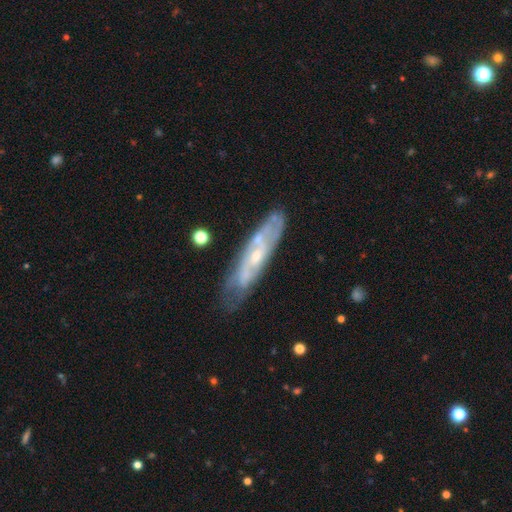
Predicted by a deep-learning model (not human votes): smooth_or_featured: featured or disk (p=0.72) [alt: smooth p=0.21]
disk_edge_on: no (p=0.66) [alt: yes p=0.34]
merging: none (p=0.69) [alt: minor disturbance p=0.21]